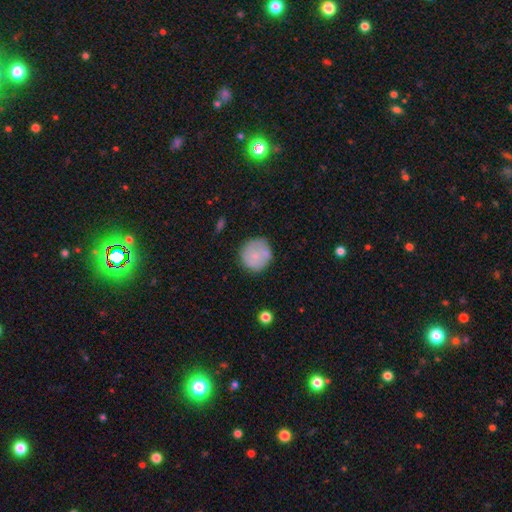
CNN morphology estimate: type=smooth (72%); roundness=round (92%); merging=none (72%).